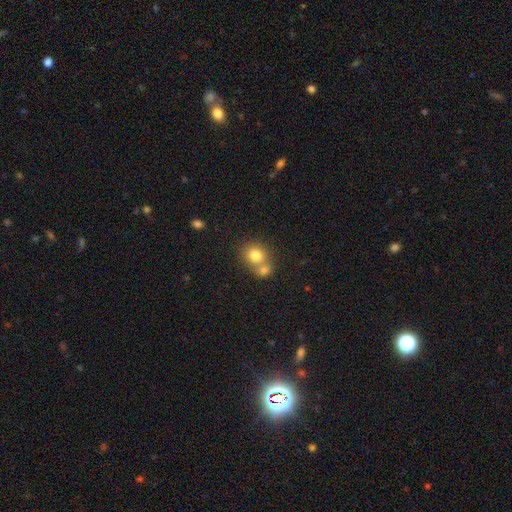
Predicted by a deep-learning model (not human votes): A smooth galaxy with no disk features (79%) that is round (75%). Merging: merger (50%).